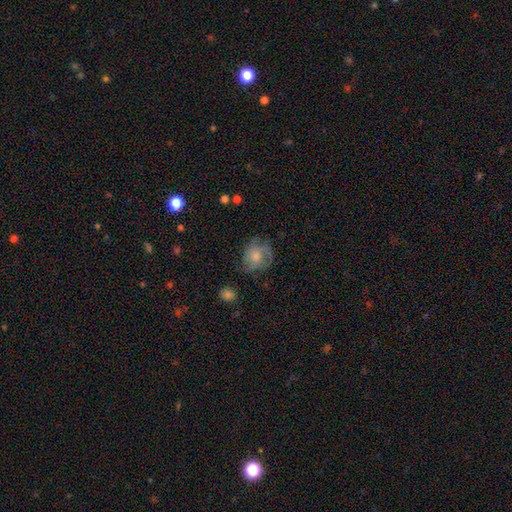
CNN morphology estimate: This is possibly a smooth galaxy (58%). How rounded: likely round (71%). Merging: possibly none (56%).